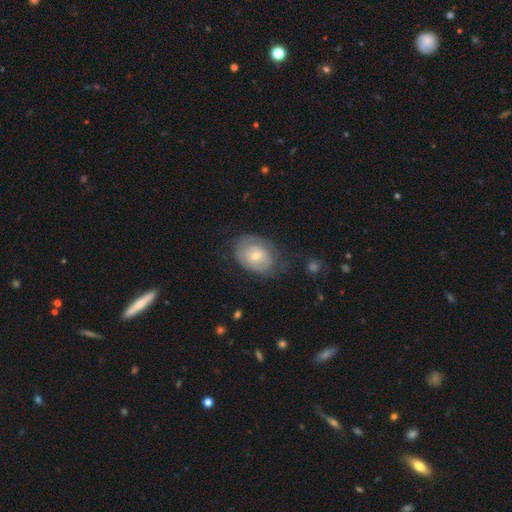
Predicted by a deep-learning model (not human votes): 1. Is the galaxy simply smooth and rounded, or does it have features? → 51% featured or disk, 43% smooth, 6% star or artifact.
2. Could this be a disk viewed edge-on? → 95% no, 5% yes.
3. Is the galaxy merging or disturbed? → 58% none, 25% minor disturbance, 15% major disturbance, 2% merger.